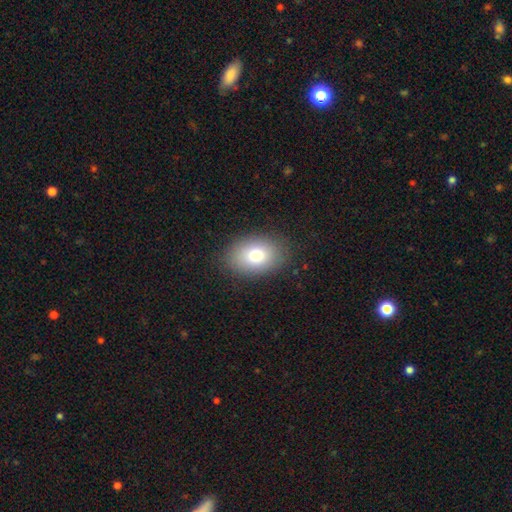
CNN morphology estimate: This is likely a smooth galaxy (79%). How rounded: clearly in between (83%). Merging: clearly none (86%).